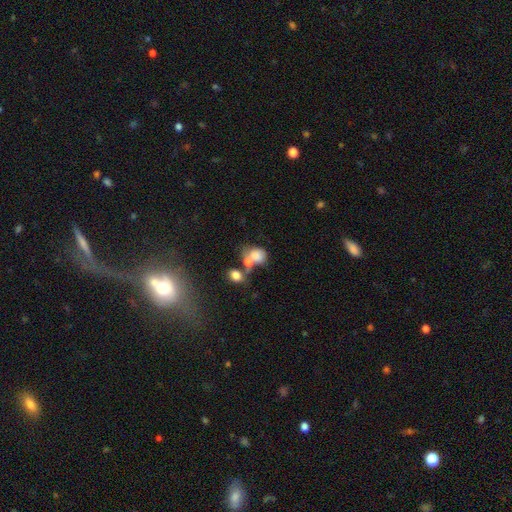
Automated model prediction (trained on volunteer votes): This is likely a smooth galaxy (71%). How rounded: likely in between (63%). Merging: possibly merger (53%).